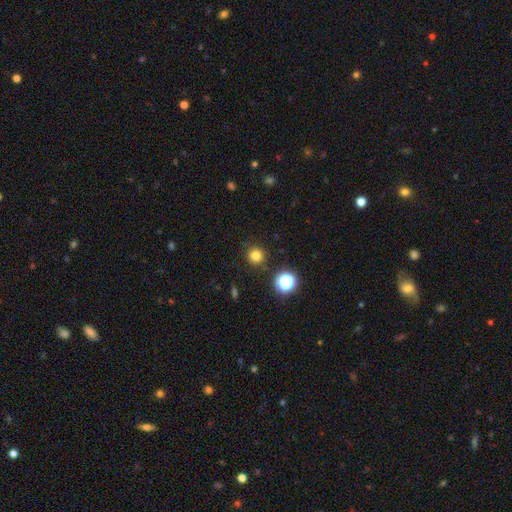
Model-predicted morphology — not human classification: smooth_or_featured: smooth (p=0.79) [alt: star or artifact p=0.16]
how_rounded: round (p=0.95) [alt: in between p=0.04]
merging: none (p=0.89) [alt: minor disturbance p=0.06]